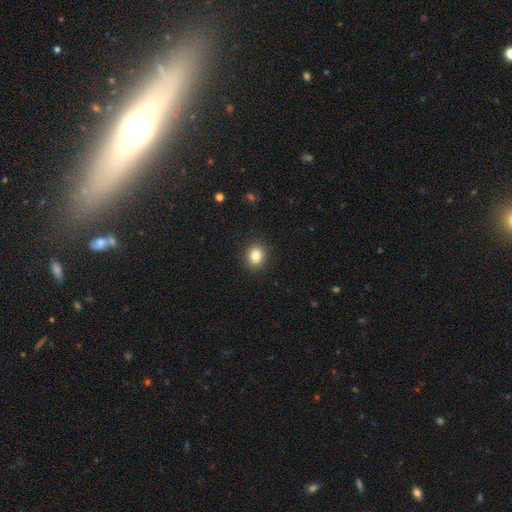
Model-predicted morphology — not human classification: smooth_or_featured: smooth (p=0.83) [alt: star or artifact p=0.10]
how_rounded: round (p=0.71) [alt: in between p=0.28]
merging: none (p=0.90) [alt: minor disturbance p=0.07]